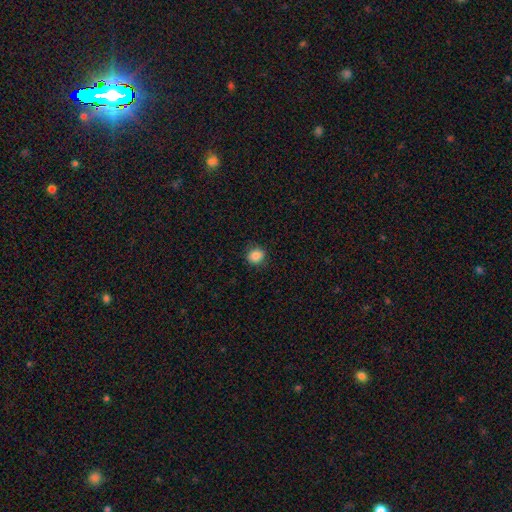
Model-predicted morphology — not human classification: This appears to be a smooth galaxy with no disk features (86%) that is round (77%). Merging: none (85%).